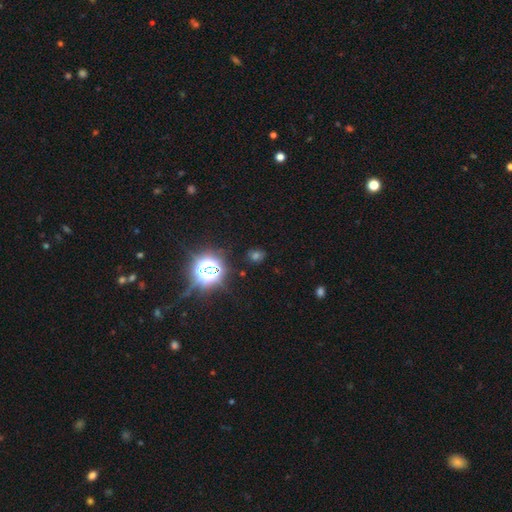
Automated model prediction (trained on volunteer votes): smooth_or_featured: star or artifact (p=0.46) [tied with: smooth p=0.46]